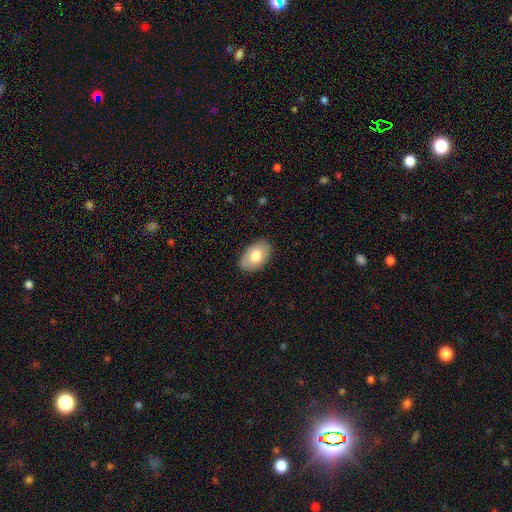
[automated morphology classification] This appears to be a smooth galaxy with no disk features (77%) that is in between round and cigar-shaped (91%). Merging: none (86%).